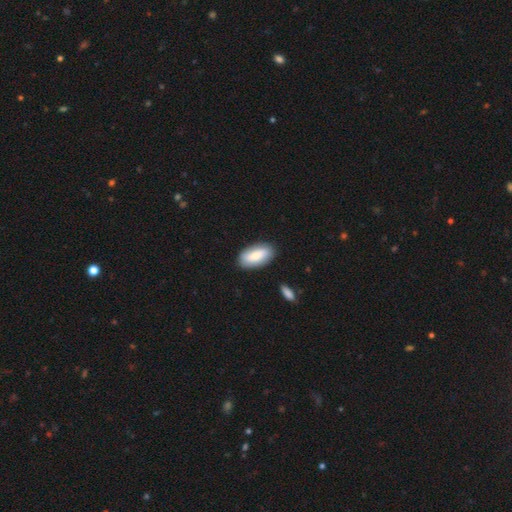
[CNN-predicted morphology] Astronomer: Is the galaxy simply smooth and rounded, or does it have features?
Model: smooth — 78%.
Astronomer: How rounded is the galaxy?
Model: in between — 91%.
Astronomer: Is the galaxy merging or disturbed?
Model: none — 85%.